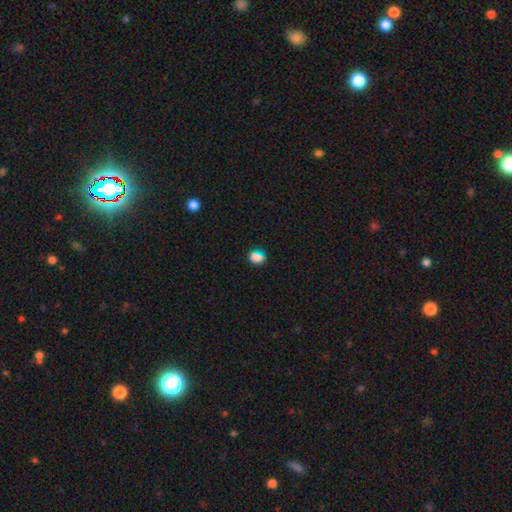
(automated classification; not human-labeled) Smooth or featured? Predicted: smooth (p=0.76). How rounded? Predicted: round (p=0.59). Merging? Predicted: none (p=0.81).